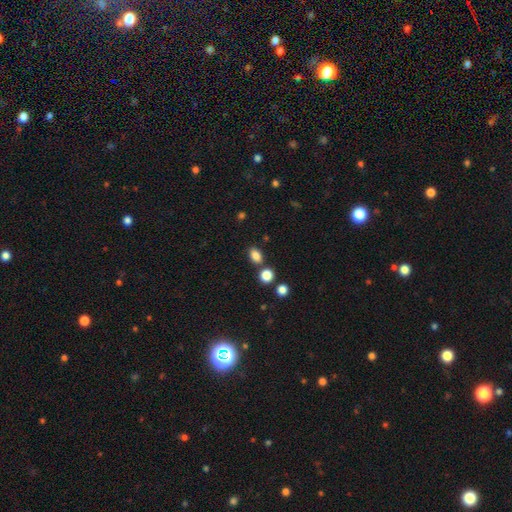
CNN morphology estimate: Q: Smooth or featured?
A: smooth (84%); runner-up: star or artifact (11%)
Q: How rounded?
A: in between (74%); runner-up: round (24%)
Q: Merging?
A: none (74%); runner-up: merger (12%)